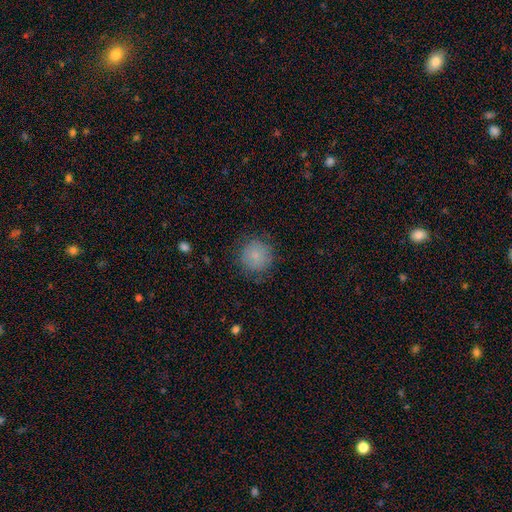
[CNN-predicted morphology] smooth_or_featured: smooth (p=0.83) [alt: featured or disk p=0.09]
how_rounded: round (p=0.93) [alt: in between p=0.06]
merging: none (p=0.81) [alt: minor disturbance p=0.14]